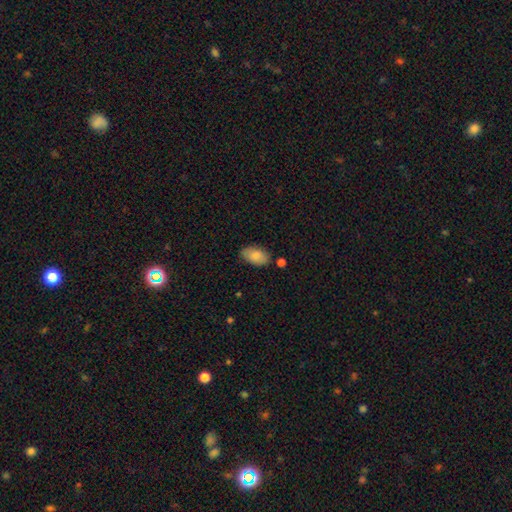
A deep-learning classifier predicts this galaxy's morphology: Smooth or featured: smooth — 86% (featured or disk — 7%)
How rounded: in between — 94% (round — 4%)
Merging: none — 77% (minor disturbance — 15%)